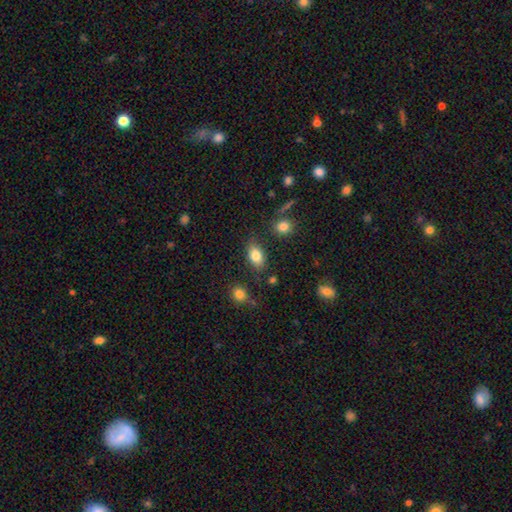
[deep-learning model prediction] Q: Smooth or featured?
A: smooth (82%); runner-up: featured or disk (9%)
Q: How rounded?
A: in between (86%); runner-up: round (12%)
Q: Merging?
A: none (78%); runner-up: minor disturbance (14%)